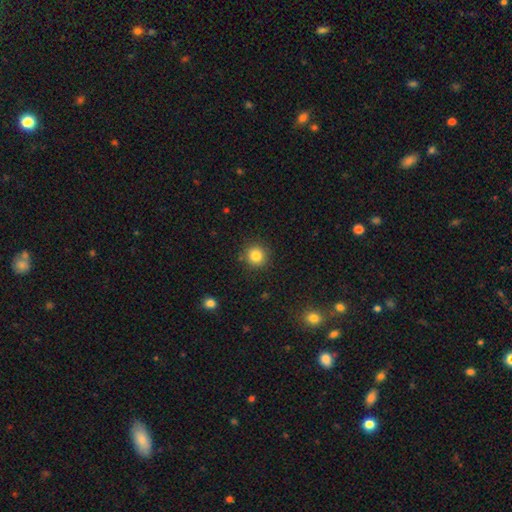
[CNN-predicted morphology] Smooth or featured? Predicted: smooth (p=0.83). How rounded? Predicted: round (p=0.93). Merging? Predicted: none (p=0.89).